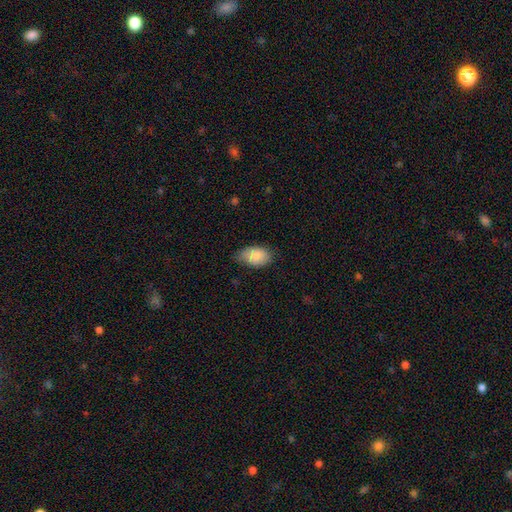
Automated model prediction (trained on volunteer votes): Smooth or featured? Predicted: smooth (p=0.83). How rounded? Predicted: in between (p=0.91). Merging? Predicted: none (p=0.59).